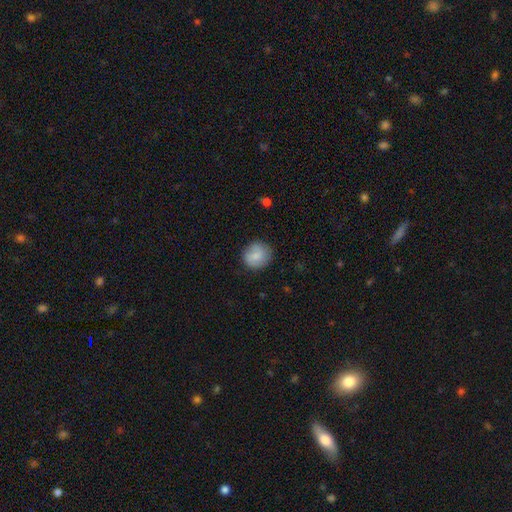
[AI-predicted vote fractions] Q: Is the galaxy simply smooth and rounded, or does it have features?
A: smooth — 79%.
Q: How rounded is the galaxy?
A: round — 88%.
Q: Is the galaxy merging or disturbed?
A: none — 81%.